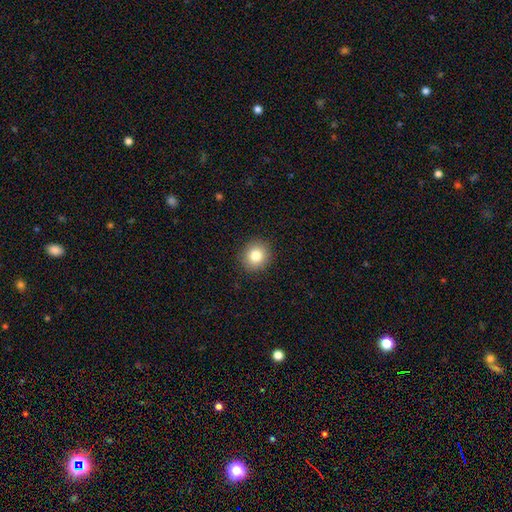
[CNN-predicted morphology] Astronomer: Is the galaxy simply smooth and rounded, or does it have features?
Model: smooth — 82%.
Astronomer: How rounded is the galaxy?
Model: round — 85%.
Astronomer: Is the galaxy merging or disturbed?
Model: none — 90%.